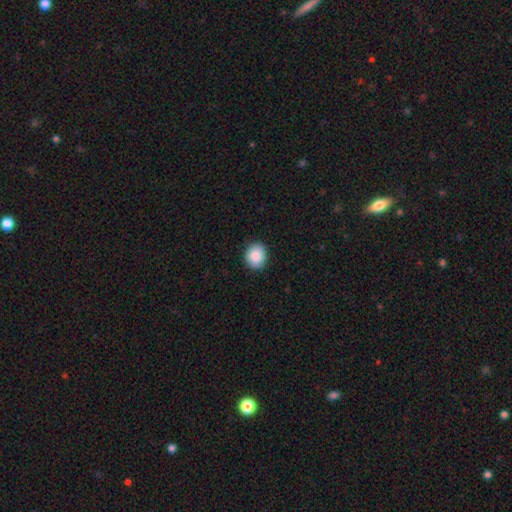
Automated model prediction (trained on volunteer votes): This is clearly a smooth galaxy (87%). How rounded: likely round (78%). Merging: clearly none (88%).